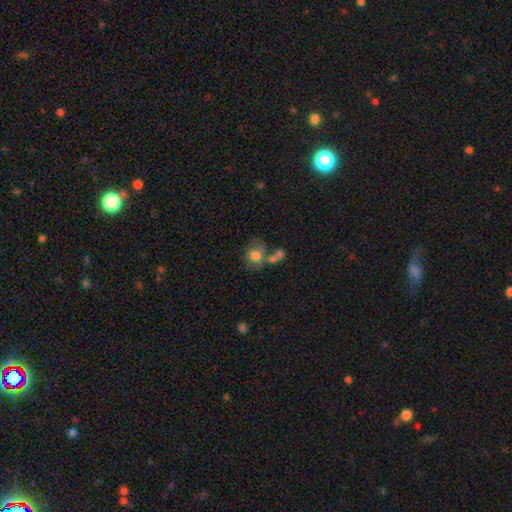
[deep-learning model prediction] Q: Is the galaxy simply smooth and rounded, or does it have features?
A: smooth — 69%.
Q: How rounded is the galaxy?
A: round — 68%.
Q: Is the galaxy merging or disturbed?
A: merger — 39%.